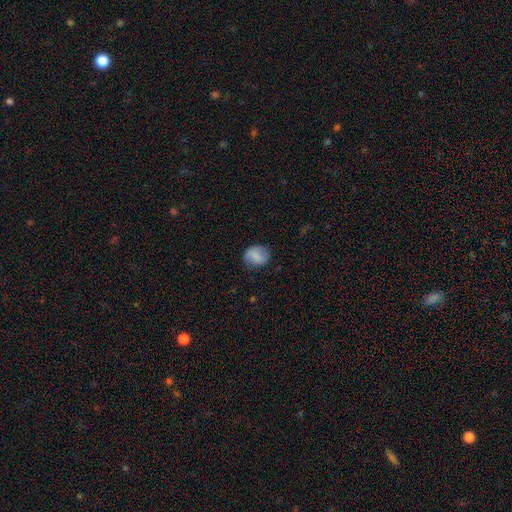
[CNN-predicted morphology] Smooth or featured: smooth — 64% (featured or disk — 28%)
How rounded: round — 61% (in between — 38%)
Merging: none — 76% (minor disturbance — 17%)